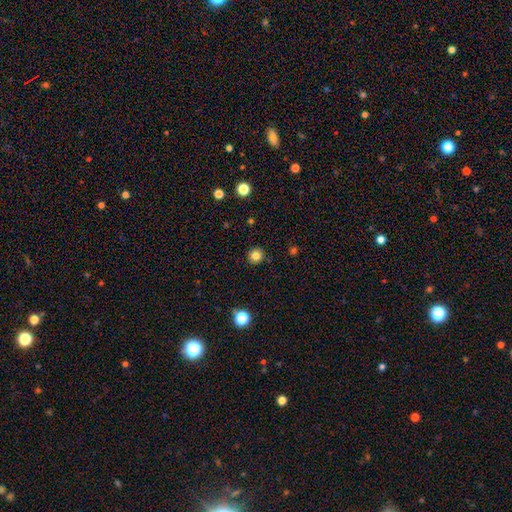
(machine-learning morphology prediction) smooth_or_featured: smooth (p=0.81) [alt: star or artifact p=0.13]
how_rounded: round (p=0.93) [alt: in between p=0.07]
merging: none (p=0.91) [alt: minor disturbance p=0.06]